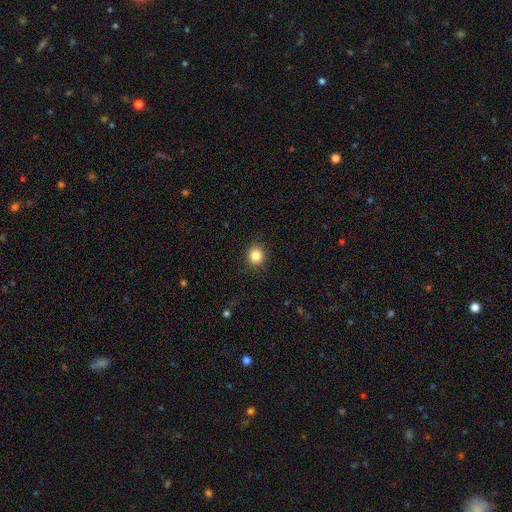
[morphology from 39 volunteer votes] Smooth or featured: smooth — 92% (featured or disk — 5%)
How rounded: round — 69% (in between — 31%)
Merging: none — 92% (minor disturbance — 5%)